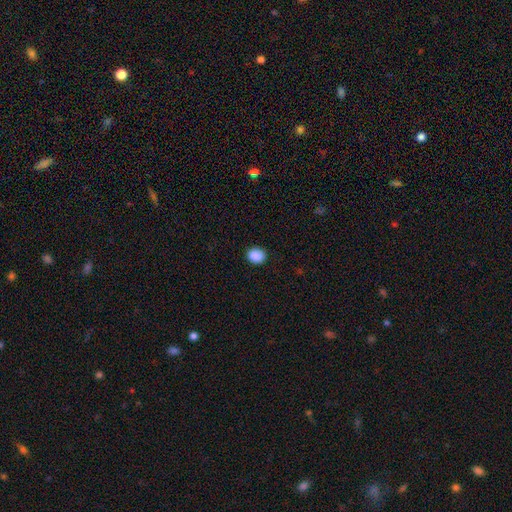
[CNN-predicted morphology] This appears to be a smooth galaxy with no disk features (89%) that is round (68%). Merging: none (90%).